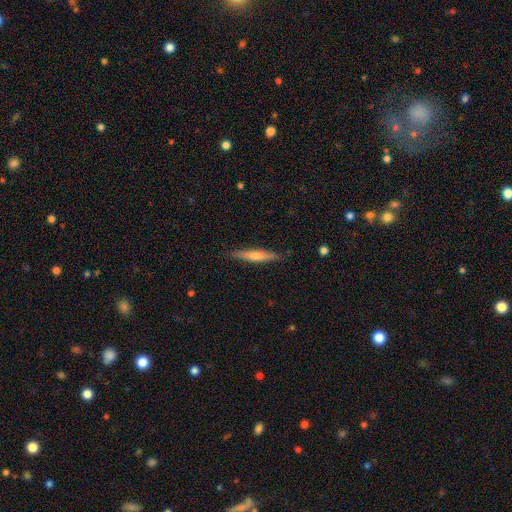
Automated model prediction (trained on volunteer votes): Morphology: type=featured or disk (57%); edge-on=yes (96%); edge-on bulge=rounded (75%); merging=none (89%).